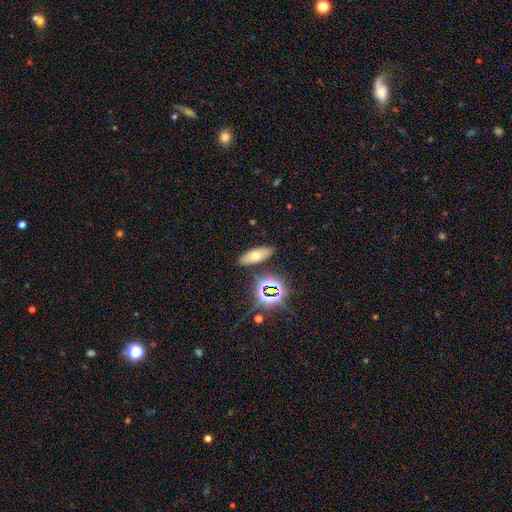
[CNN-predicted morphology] Smooth or featured?
  - smooth: 58% *
  - featured or disk: 21%
  - star or artifact: 21%
How rounded?
  - in between: 70% *
  - cigar-shaped: 24%
  - round: 7%
Merging?
  - none: 85% *
  - minor disturbance: 8%
  - merger: 4%
  - major disturbance: 3%